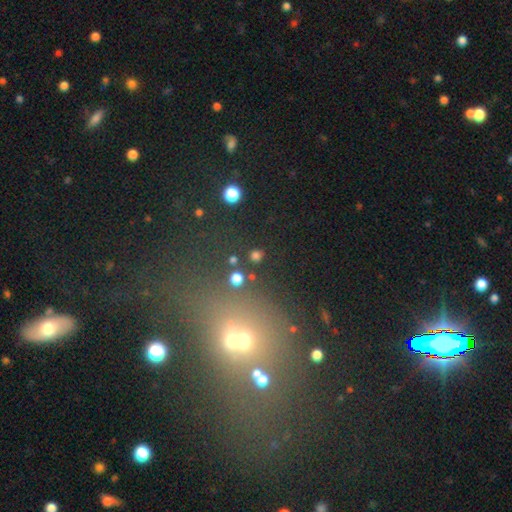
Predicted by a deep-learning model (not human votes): smooth_or_featured: smooth (p=0.77) [alt: star or artifact p=0.18]
how_rounded: round (p=0.90) [alt: in between p=0.09]
merging: none (p=0.86) [alt: minor disturbance p=0.06]